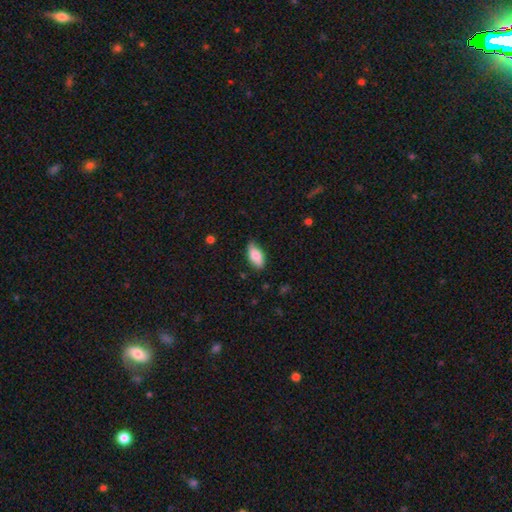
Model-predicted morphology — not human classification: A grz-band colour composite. It shows a smooth galaxy with no disk features (82%) that is in between round and cigar-shaped (90%). Merging: none (77%).